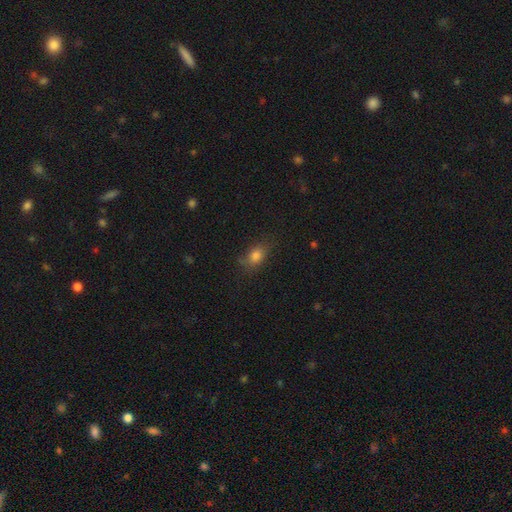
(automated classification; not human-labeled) Smooth or featured?
  - smooth: 78% *
  - star or artifact: 12%
  - featured or disk: 10%
How rounded?
  - in between: 71% *
  - round: 26%
  - cigar-shaped: 3%
Merging?
  - none: 68% *
  - minor disturbance: 22%
  - major disturbance: 8%
  - merger: 2%